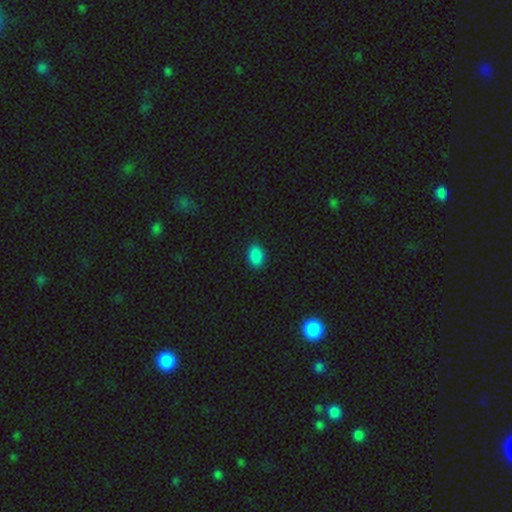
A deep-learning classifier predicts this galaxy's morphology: A smooth galaxy with no disk features (88%) that is in between round and cigar-shaped (84%). Merging: none (89%).